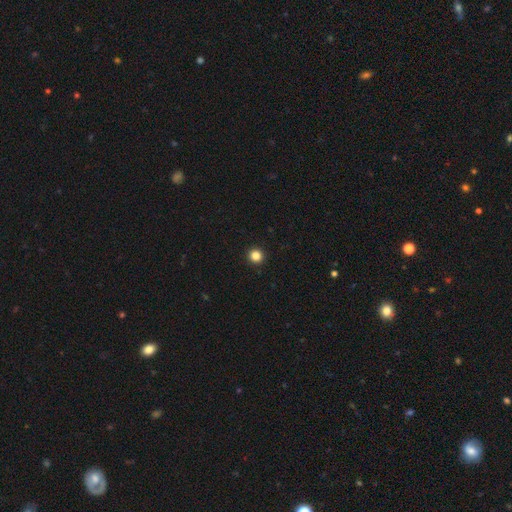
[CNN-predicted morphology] The model was most divided on "smooth or featured": smooth: 84%, star or artifact: 12%, featured or disk: 3%. More confident: how rounded — round (96%); merging — none (94%).